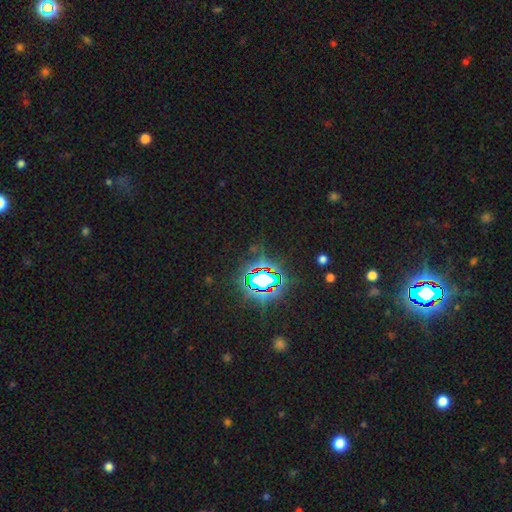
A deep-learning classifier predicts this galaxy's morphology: Smooth or featured: star or artifact — 83% (smooth — 10%)